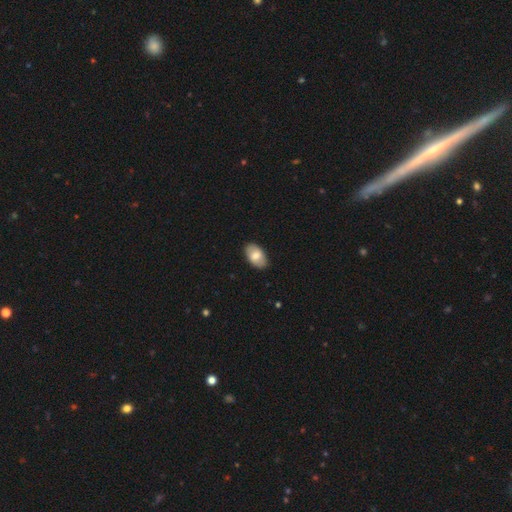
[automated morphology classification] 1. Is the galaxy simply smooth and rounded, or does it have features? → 74% smooth, 20% featured or disk, 6% star or artifact.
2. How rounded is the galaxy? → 93% in between, 5% round, 1% cigar-shaped.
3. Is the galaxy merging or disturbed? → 87% none, 10% minor disturbance, 2% major disturbance, 1% merger.